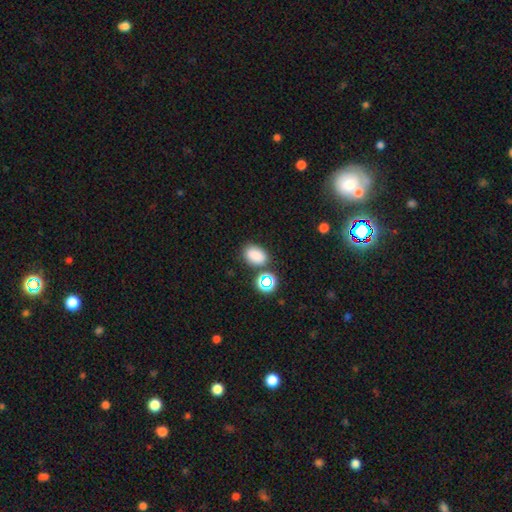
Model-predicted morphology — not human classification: Smooth or featured? Predicted: smooth (p=0.81). How rounded? Predicted: in between (p=0.77). Merging? Predicted: none (p=0.74).